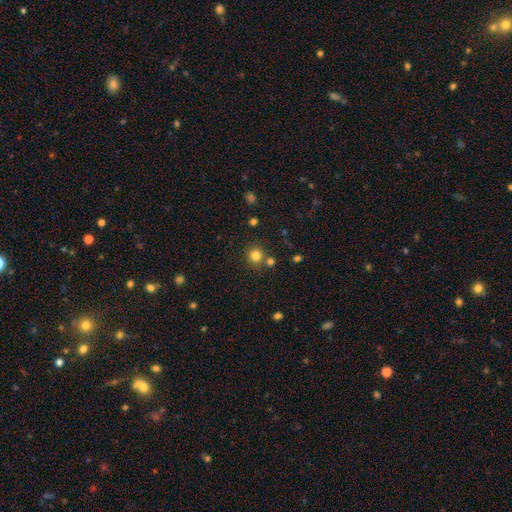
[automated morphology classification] This is clearly a smooth galaxy (80%). How rounded: clearly round (91%). Merging: likely none (75%).